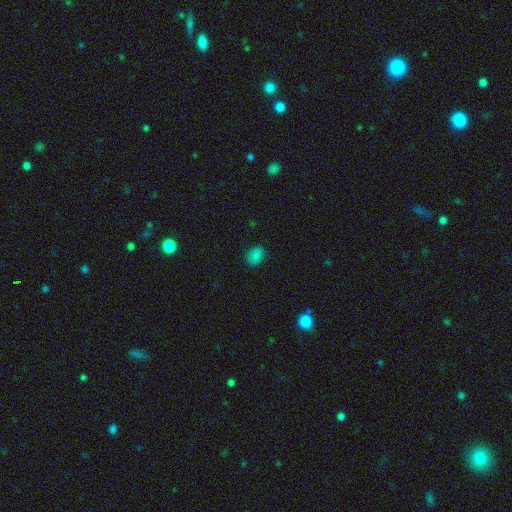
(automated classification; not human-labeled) smooth 83%, star or artifact 13%, featured or disk 5%. Down the decision tree: how rounded — in between (58%); merging — none (86%).